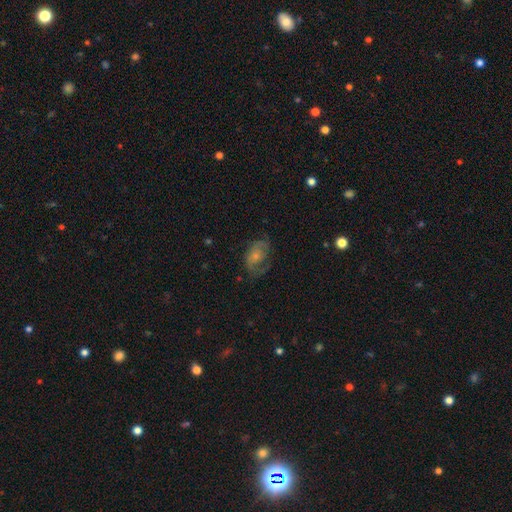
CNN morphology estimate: featured or disk 49%, smooth 43%, star or artifact 9%. Down the decision tree: merging — none (49%).